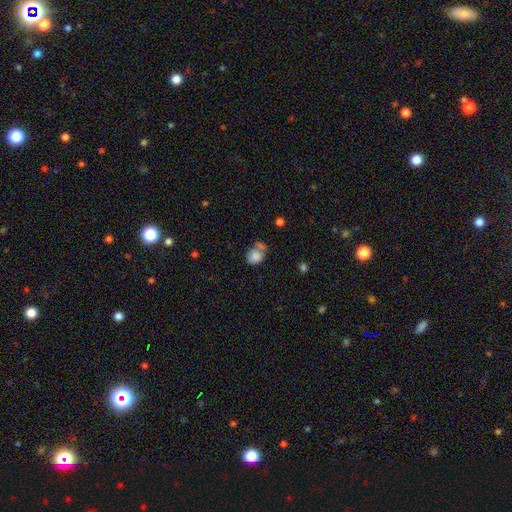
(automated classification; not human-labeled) The model was most divided on "merging": none: 38%, merger: 32%, minor disturbance: 20%, major disturbance: 10%. More confident: smooth or featured — smooth (81%); how rounded — in between (55%).